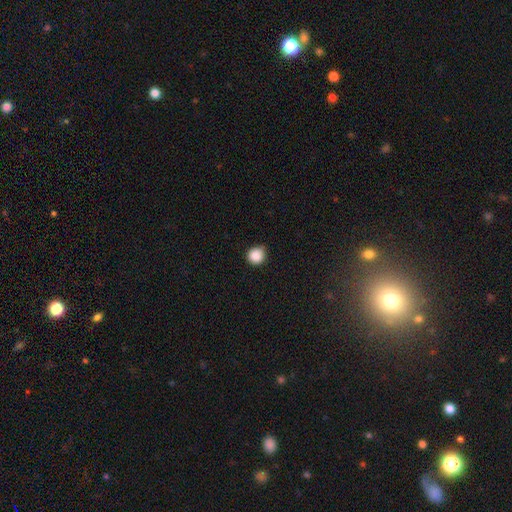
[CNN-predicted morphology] A smooth galaxy with no disk features (88%) that is round (87%). Merging: none (76%).